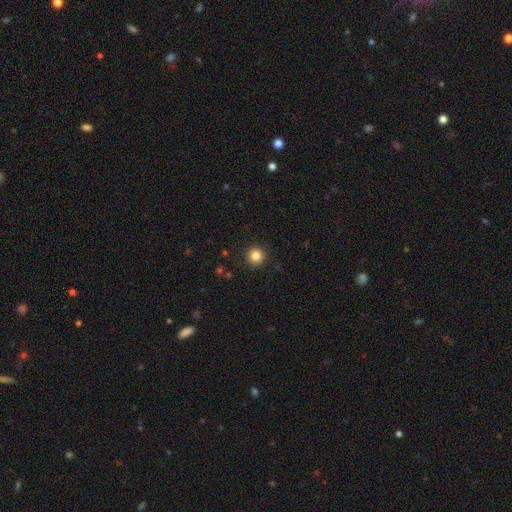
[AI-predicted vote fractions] This appears to be a smooth galaxy with no disk features (84%) that is round (95%). Merging: none (92%).